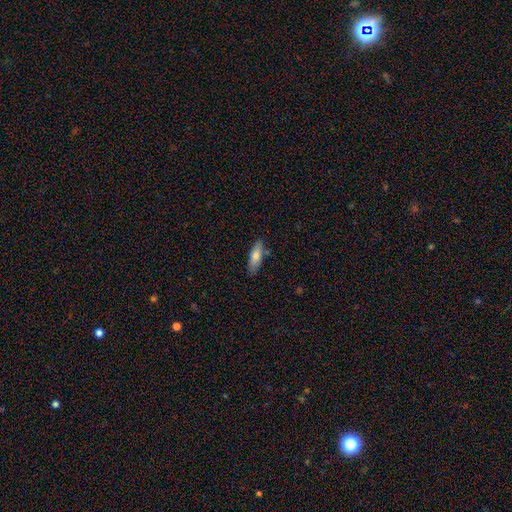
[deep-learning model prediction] Overall: smooth (74%). How rounded: in between (55%; cigar-shaped 42%). Merging: none (80%).